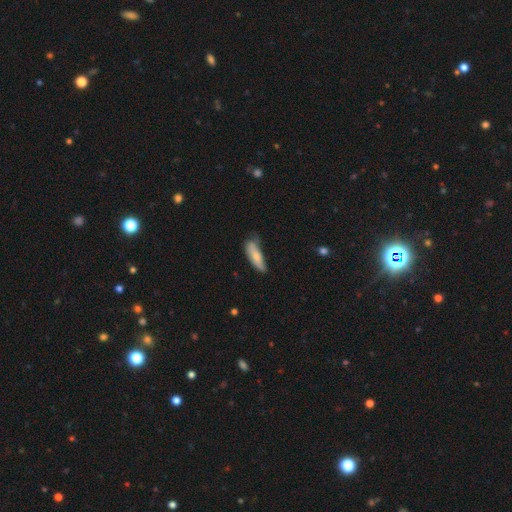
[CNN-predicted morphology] Smooth or featured?
  - smooth: 76% *
  - featured or disk: 18%
  - star or artifact: 6%
How rounded?
  - cigar-shaped: 50% *
  - in between: 48%
  - round: 2%
Merging?
  - none: 45% *
  - minor disturbance: 38%
  - major disturbance: 12%
  - merger: 5%